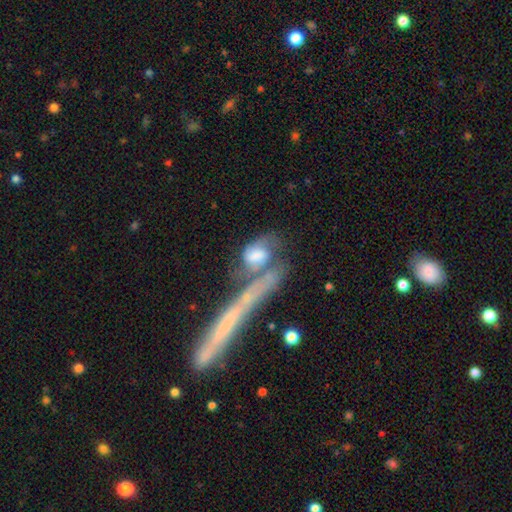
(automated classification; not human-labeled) The model was most divided on "smooth or featured": featured or disk: 53%, smooth: 39%, star or artifact: 9%. Remaining: edge-on disk — no (89%); merging — merger (42%).